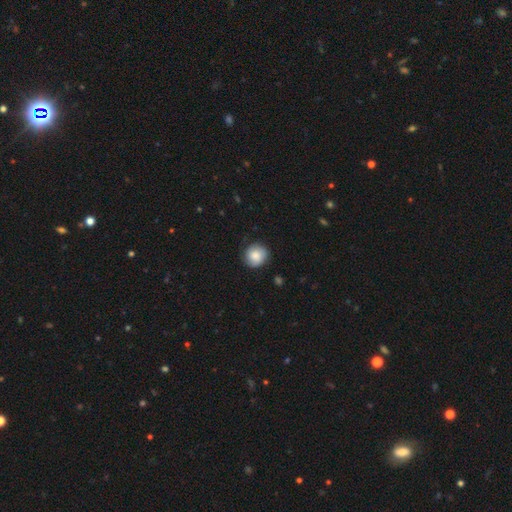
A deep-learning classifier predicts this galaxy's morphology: smooth 78%, featured or disk 15%, star or artifact 7%. Down the decision tree: how rounded — round (89%); merging — none (84%).